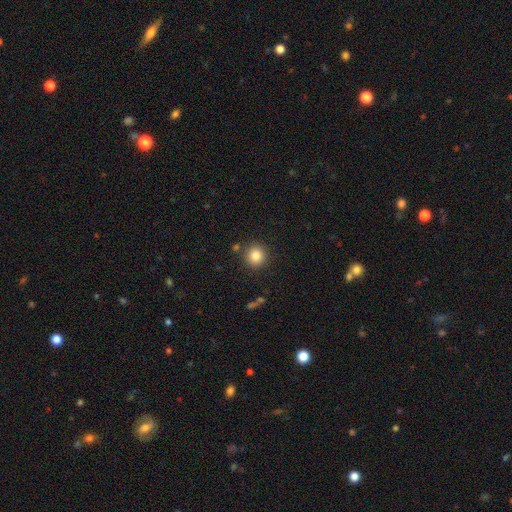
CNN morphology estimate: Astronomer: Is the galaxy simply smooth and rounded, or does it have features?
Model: smooth — 84%.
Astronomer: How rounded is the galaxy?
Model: round — 92%.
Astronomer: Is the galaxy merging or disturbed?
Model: none — 87%.